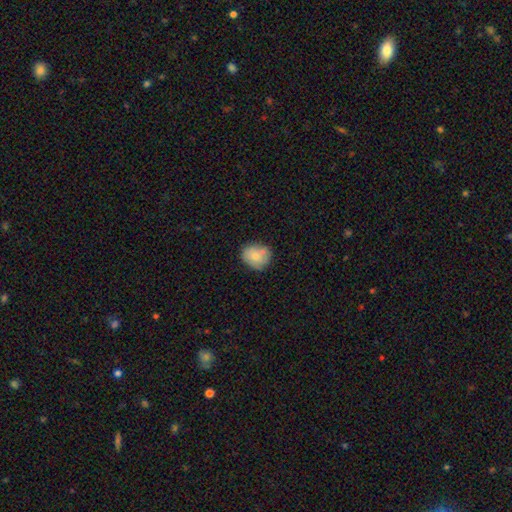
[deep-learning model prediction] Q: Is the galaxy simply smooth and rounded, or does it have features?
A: smooth — 76%.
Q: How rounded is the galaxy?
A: round — 65%.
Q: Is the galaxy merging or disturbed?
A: none — 62%.